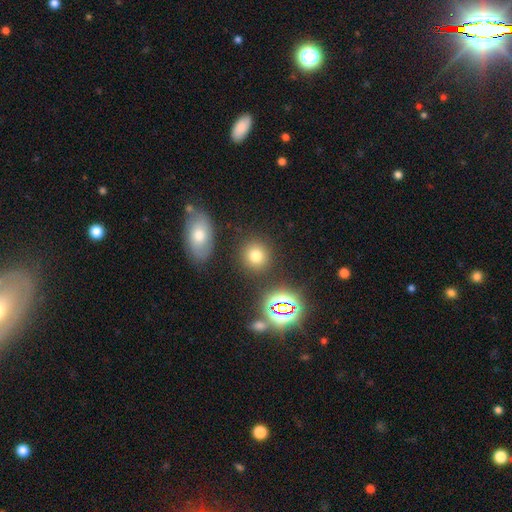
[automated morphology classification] This is likely a smooth galaxy (72%). How rounded: clearly round (86%). Merging: clearly none (84%).